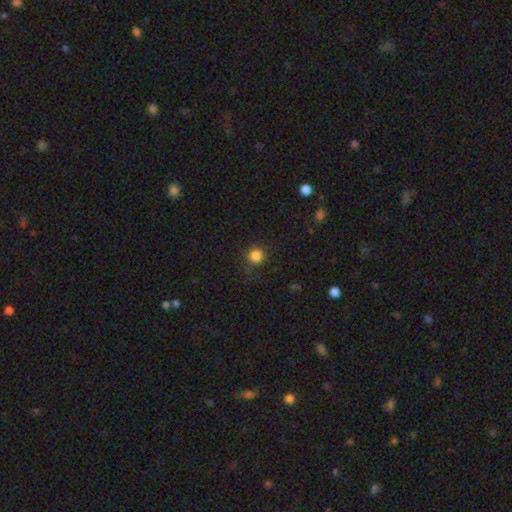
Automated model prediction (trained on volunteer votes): smooth-or-featured: smooth: 84% | star or artifact: 11% | featured or disk: 4%
  how-rounded: round: 92% | in between: 7% | cigar-shaped: 1%
  merging: none: 81% | minor disturbance: 13% | major disturbance: 5% | merger: 1%